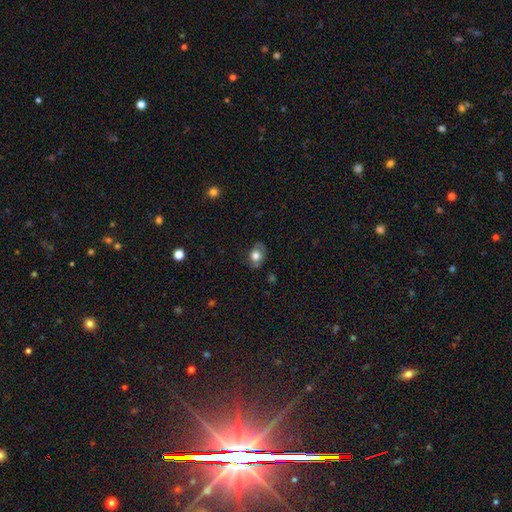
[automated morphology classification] A smooth galaxy with no disk features (65%) that is in between round and cigar-shaped (66%).

Vote fractions:
- Smooth or featured? smooth: 65% / featured or disk: 25% / star or artifact: 9%
- How rounded? in between: 66% / round: 32% / cigar-shaped: 1%
- Merging? none: 72% / minor disturbance: 21% / major disturbance: 6% / merger: 1%